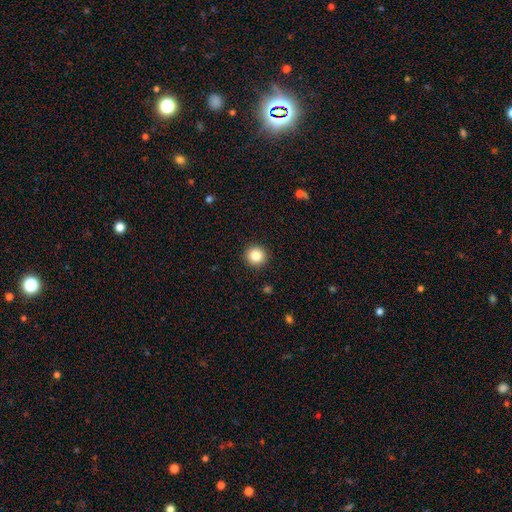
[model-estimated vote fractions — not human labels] smooth-or-featured: smooth: 86% | star or artifact: 10% | featured or disk: 5%
  how-rounded: round: 95% | in between: 4% | cigar-shaped: 1%
  merging: none: 93% | minor disturbance: 5% | major disturbance: 2% | merger: 1%